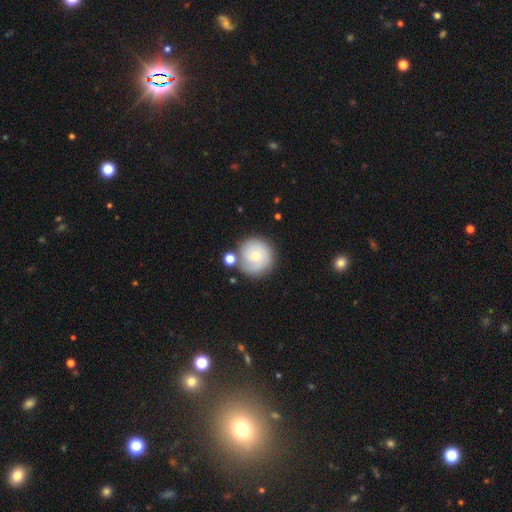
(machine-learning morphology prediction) The model was most divided on "smooth or featured": smooth: 57%, featured or disk: 35%, star or artifact: 8%. More confident: how rounded — round (94%); merging — none (71%).